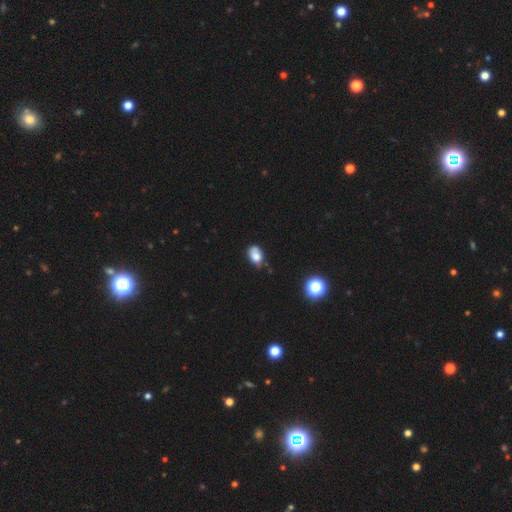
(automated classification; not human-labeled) This appears to be a smooth galaxy with no disk features (77%) that is in between round and cigar-shaped (82%). Merging: none (50%).